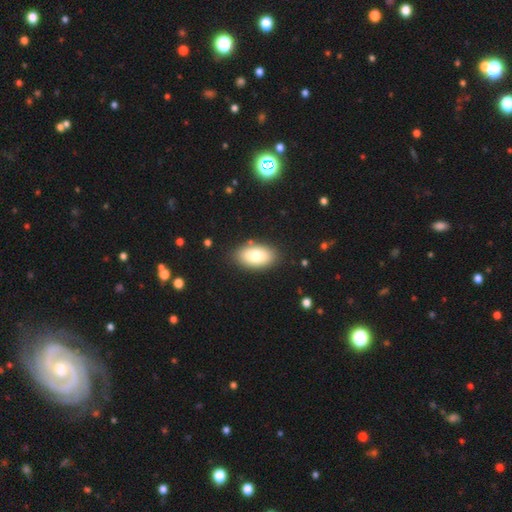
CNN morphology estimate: type=smooth (80%); roundness=in between (94%); merging=none (86%).